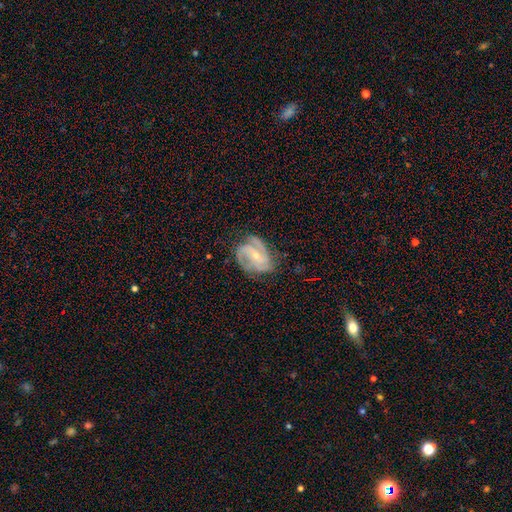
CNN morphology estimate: smooth_or_featured: featured or disk (p=0.86) [alt: smooth p=0.08]
disk_edge_on: no (p=0.98) [alt: yes p=0.02]
bar: no (p=0.42) [alt: weak p=0.39]
has_spiral_arms: yes (p=0.96) [alt: no p=0.04]
spiral_winding: medium (p=0.46) [alt: tight p=0.41]
spiral_arm_count: 3 (p=0.37) [tied with: 2 p=0.37]
bulge_size: small (p=0.68) [alt: moderate p=0.29]
merging: none (p=0.63) [alt: minor disturbance p=0.24]